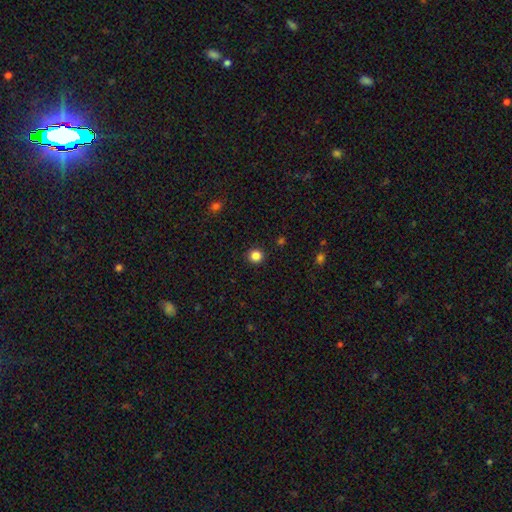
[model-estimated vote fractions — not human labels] The model was most divided on "smooth or featured": smooth: 84%, star or artifact: 12%, featured or disk: 4%. More confident: merging — none (92%); how rounded — round (92%).